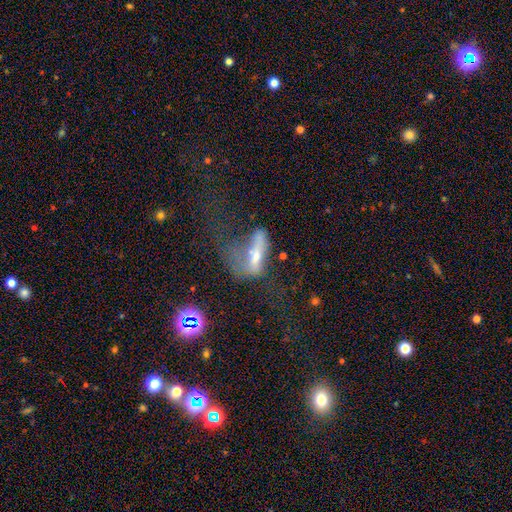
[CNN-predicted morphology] This appears to be a featured or disk galaxy (47%). Merging: major disturbance (59%).